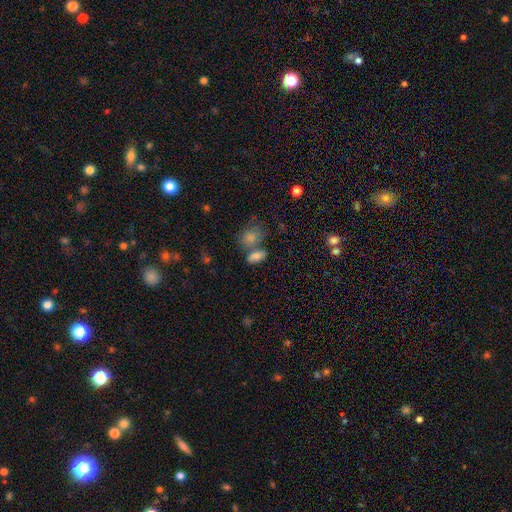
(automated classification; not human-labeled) Q: Smooth or featured?
A: smooth (81%); runner-up: star or artifact (10%)
Q: How rounded?
A: in between (84%); runner-up: round (12%)
Q: Merging?
A: none (48%); runner-up: merger (34%)